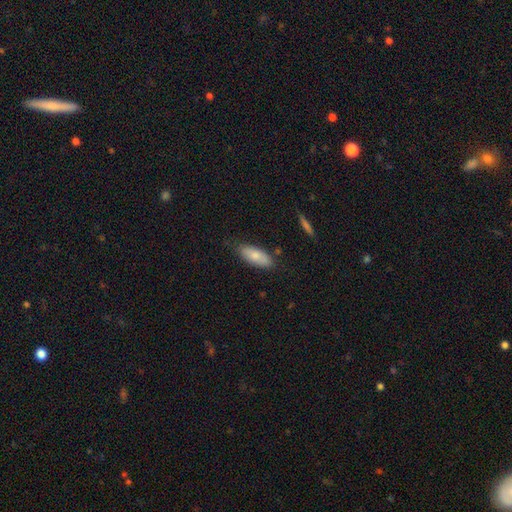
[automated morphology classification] Smooth or featured? Predicted: smooth (p=0.80). How rounded? Predicted: in between (p=0.82). Merging? Predicted: none (p=0.77).